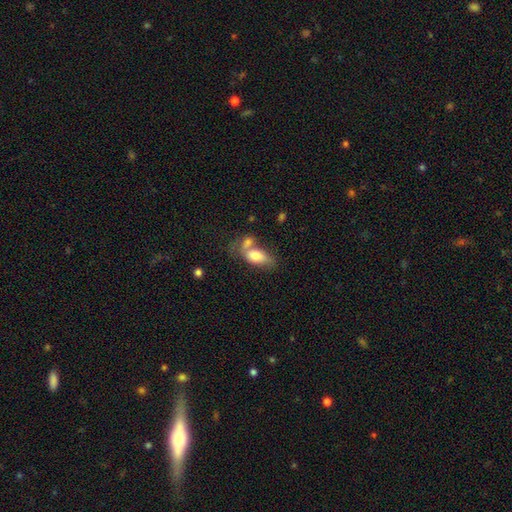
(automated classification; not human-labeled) Q: Smooth or featured?
A: smooth (73%); runner-up: featured or disk (20%)
Q: How rounded?
A: in between (88%); runner-up: cigar-shaped (7%)
Q: Merging?
A: merger (49%); runner-up: none (27%)